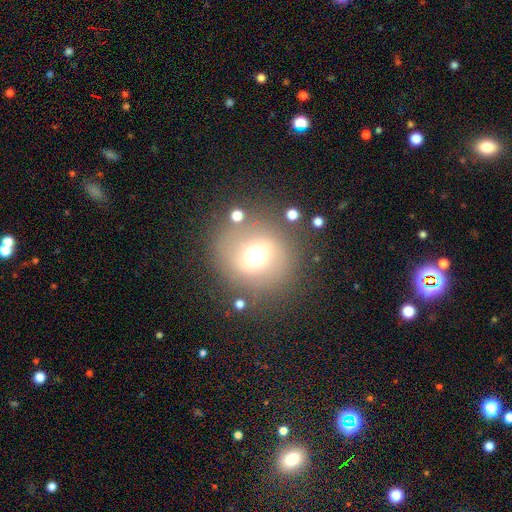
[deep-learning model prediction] Smooth or featured? Predicted: smooth (p=0.62). How rounded? Predicted: round (p=0.91). Merging? Predicted: none (p=0.76).